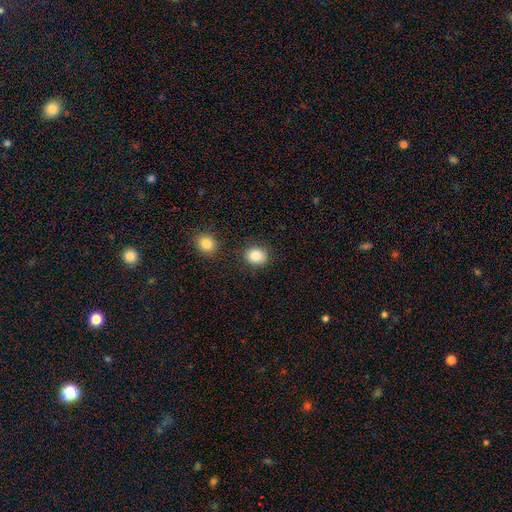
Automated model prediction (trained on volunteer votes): smooth 85%, star or artifact 9%, featured or disk 5%. Down the decision tree: how rounded — round (67%); merging — none (82%).